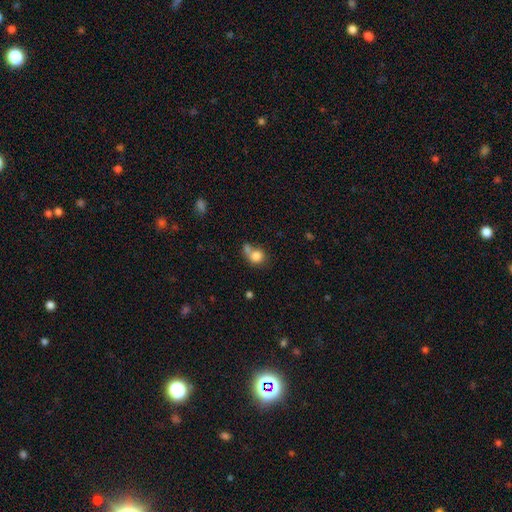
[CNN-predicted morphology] Smooth or featured?
  - smooth: 81% *
  - star or artifact: 10%
  - featured or disk: 10%
How rounded?
  - round: 74% *
  - in between: 25%
  - cigar-shaped: 1%
Merging?
  - merger: 42% *
  - none: 37%
  - minor disturbance: 13%
  - major disturbance: 8%